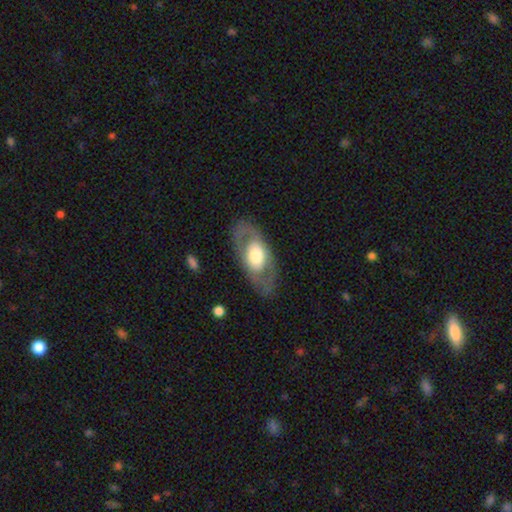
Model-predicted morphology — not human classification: smooth_or_featured: featured or disk (p=0.57) [alt: smooth p=0.38]
disk_edge_on: no (p=0.86) [alt: yes p=0.14]
merging: none (p=0.77) [alt: minor disturbance p=0.13]